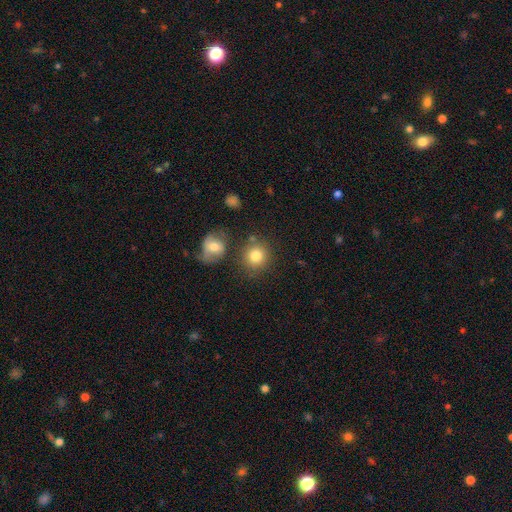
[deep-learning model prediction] smooth-or-featured: smooth: 81% | star or artifact: 10% | featured or disk: 8%
  how-rounded: round: 86% | in between: 13% | cigar-shaped: 1%
  merging: none: 74% | merger: 11% | minor disturbance: 11% | major disturbance: 4%